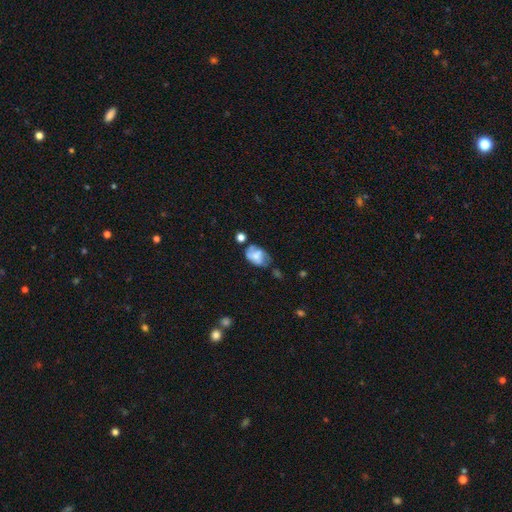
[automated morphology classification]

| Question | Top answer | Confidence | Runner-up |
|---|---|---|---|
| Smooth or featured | smooth | 49% | featured or disk (42%) |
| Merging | none | 40% | minor disturbance (32%) |